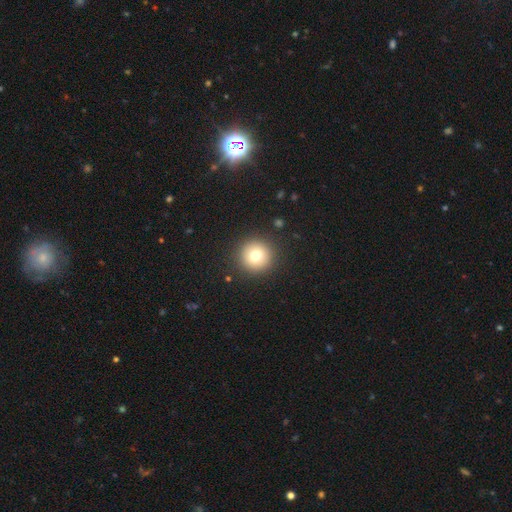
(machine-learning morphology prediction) A smooth galaxy with no disk features (76%) that is round (95%).

Vote fractions:
- Smooth or featured? smooth: 76% / featured or disk: 12% / star or artifact: 12%
- How rounded? round: 95% / in between: 4% / cigar-shaped: 1%
- Merging? none: 91% / minor disturbance: 5% / major disturbance: 2% / merger: 1%